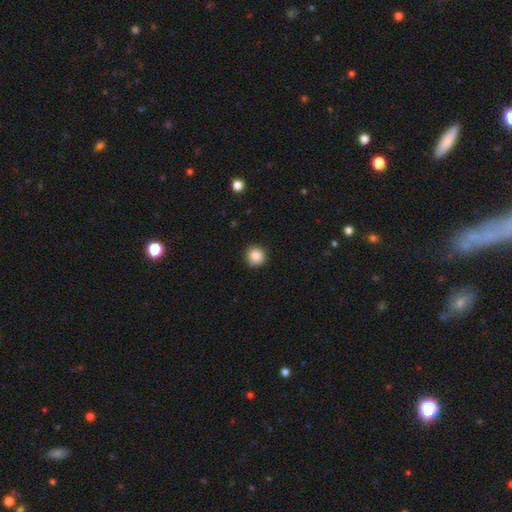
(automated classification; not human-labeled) Overall: smooth (87%). How rounded: round (91%). Merging: none (84%).